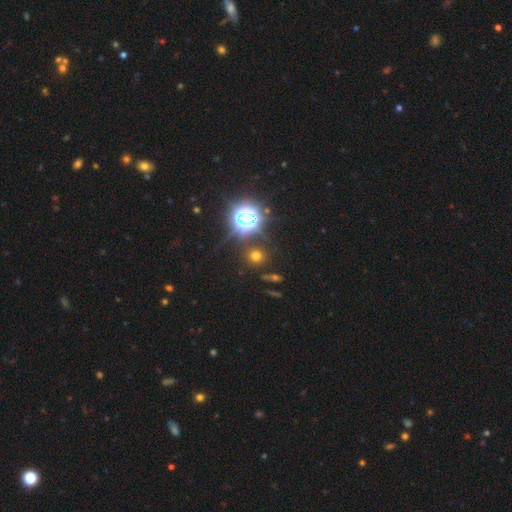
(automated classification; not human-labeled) Smooth or featured: smooth — 56% (star or artifact — 35%)
How rounded: round — 89% (in between — 9%)
Merging: none — 85% (minor disturbance — 8%)